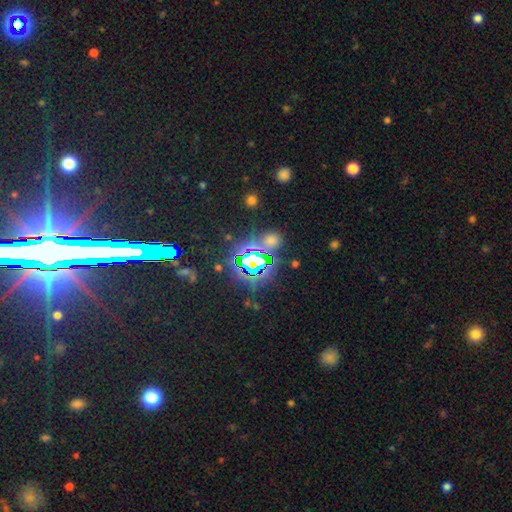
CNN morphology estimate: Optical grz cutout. It shows a star or artifact, not a galaxy (76%).